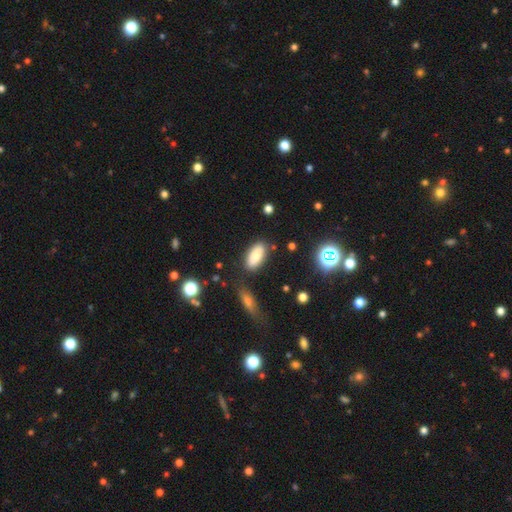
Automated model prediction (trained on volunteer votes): Smooth or featured? smooth (82%)
How rounded? in between (85%)
Merging? none (81%)